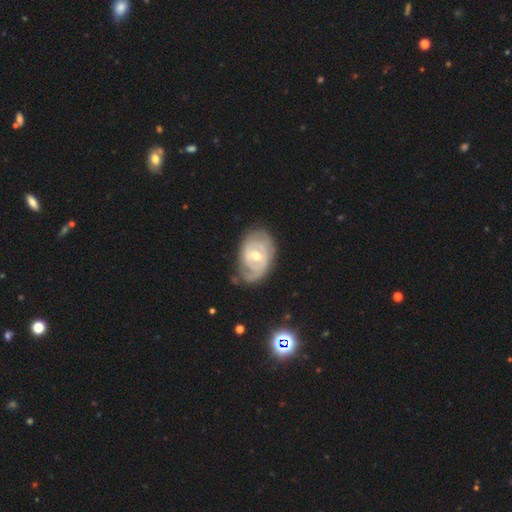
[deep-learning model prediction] featured or disk 81%, smooth 15%, star or artifact 4%. Down the decision tree: edge-on disk — no (96%); bar — no (47%); spiral arms — yes (85%); spiral arm count — 2 (40%); spiral winding — tight (70%); bulge size — moderate (66%); merging — none (63%).